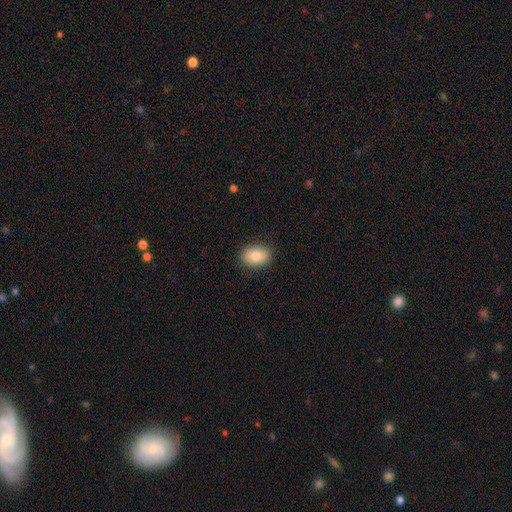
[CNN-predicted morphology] Q: Smooth or featured?
A: smooth (84%); runner-up: featured or disk (9%)
Q: How rounded?
A: in between (76%); runner-up: round (23%)
Q: Merging?
A: none (88%); runner-up: minor disturbance (9%)